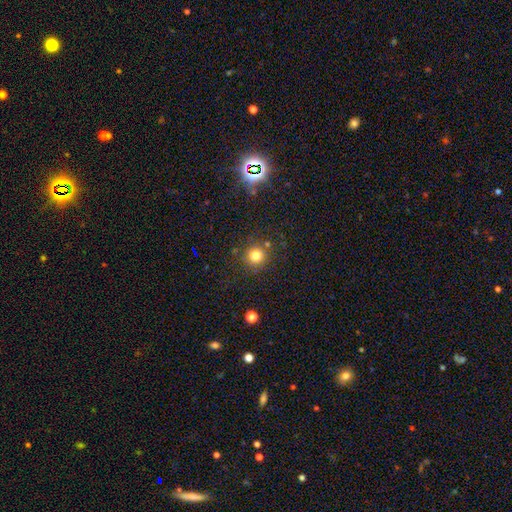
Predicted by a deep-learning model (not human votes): Smooth or featured: smooth — 78% (star or artifact — 15%)
How rounded: round — 93% (in between — 6%)
Merging: none — 82% (minor disturbance — 9%)